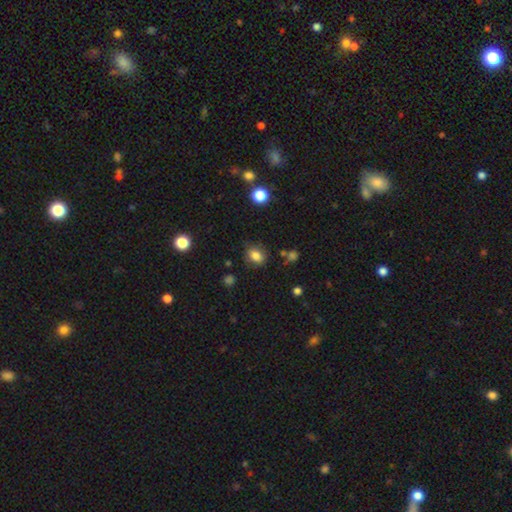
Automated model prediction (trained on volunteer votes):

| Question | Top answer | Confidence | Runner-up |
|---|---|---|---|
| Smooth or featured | smooth | 82% | star or artifact (11%) |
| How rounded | in between | 53% | round (46%) |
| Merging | none | 74% | minor disturbance (17%) |